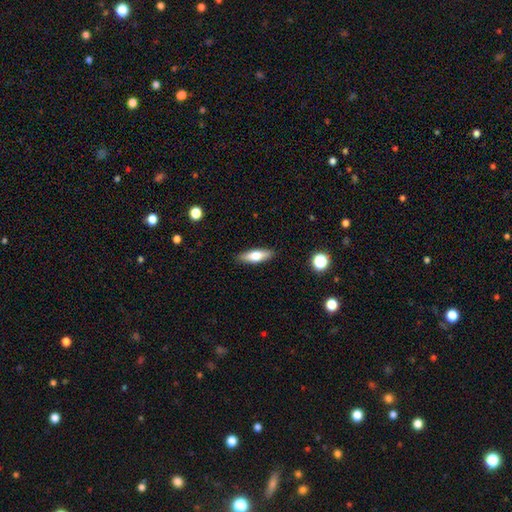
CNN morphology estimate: smooth-or-featured: smooth: 65% | featured or disk: 28% | star or artifact: 7%
  how-rounded: cigar-shaped: 49% (tied) | in between: 49% (tied) | round: 2%
  merging: none: 88% | minor disturbance: 9% | major disturbance: 2% | merger: 1%